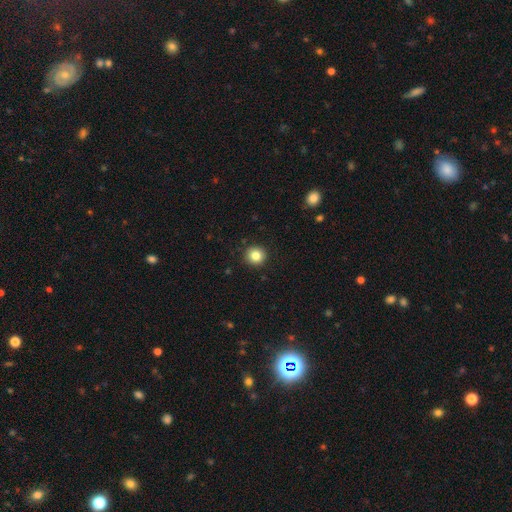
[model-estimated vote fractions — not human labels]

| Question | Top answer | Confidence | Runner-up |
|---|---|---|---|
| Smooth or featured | smooth | 84% | star or artifact (11%) |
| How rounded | round | 94% | in between (6%) |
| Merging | none | 92% | minor disturbance (5%) |